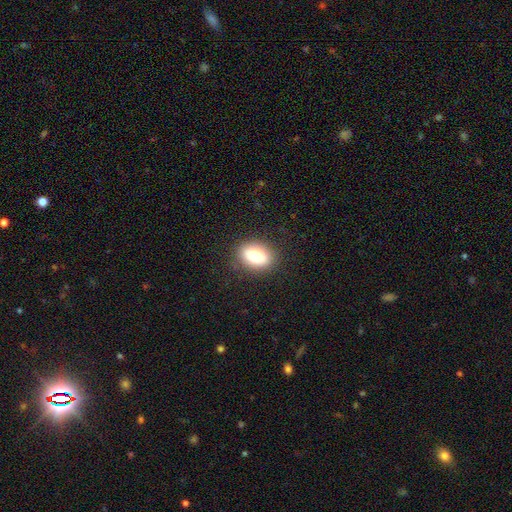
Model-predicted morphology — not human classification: Smooth or featured? smooth (80%)
How rounded? in between (78%)
Merging? none (86%)